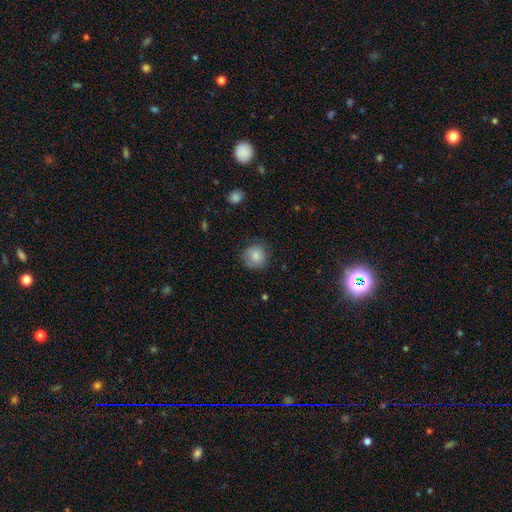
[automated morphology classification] Q: Smooth or featured?
A: smooth (81%); runner-up: featured or disk (11%)
Q: How rounded?
A: round (89%); runner-up: in between (10%)
Q: Merging?
A: none (76%); runner-up: minor disturbance (18%)